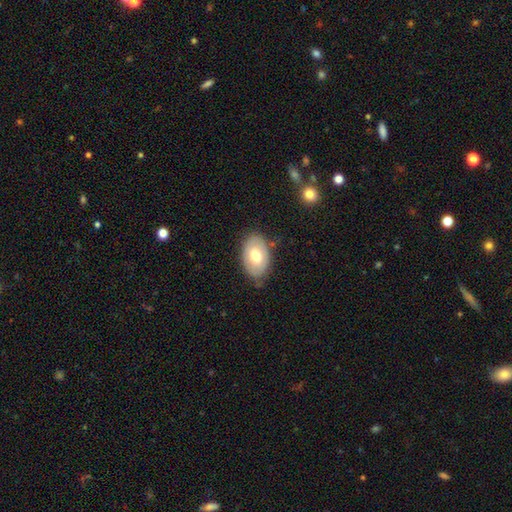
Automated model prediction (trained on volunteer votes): smooth 64%, featured or disk 30%, star or artifact 6%. Down the decision tree: how rounded — in between (90%); merging — none (76%).